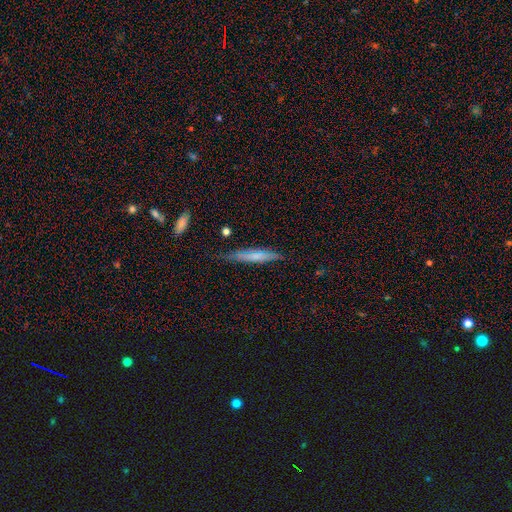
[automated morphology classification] smooth_or_featured: smooth (p=0.58) [alt: featured or disk p=0.35]
how_rounded: cigar-shaped (p=0.90) [alt: in between p=0.08]
merging: none (p=0.71) [alt: minor disturbance p=0.22]